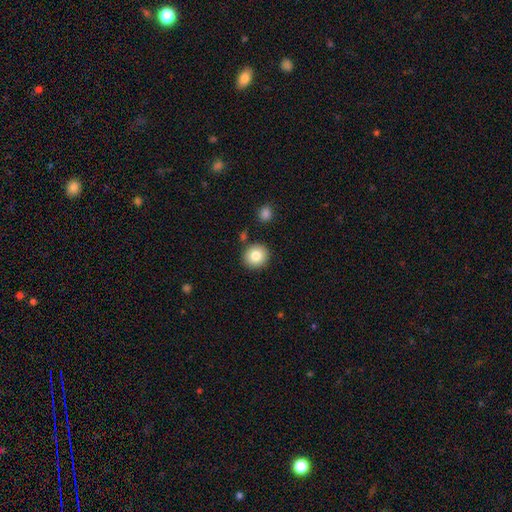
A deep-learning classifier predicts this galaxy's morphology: type=smooth (82%); roundness=round (89%); merging=none (87%).